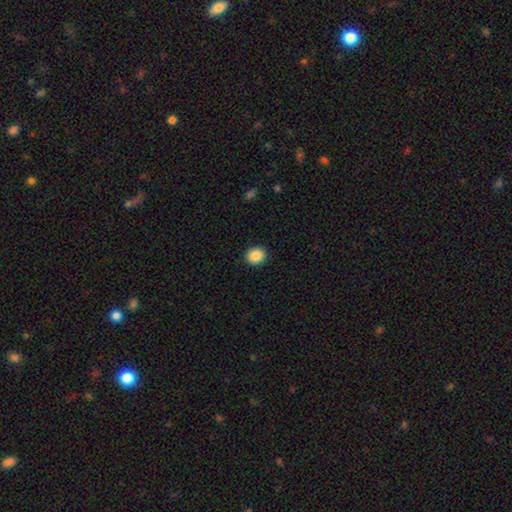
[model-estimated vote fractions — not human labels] Smooth or featured? smooth (87%)
How rounded? round (74%)
Merging? none (92%)